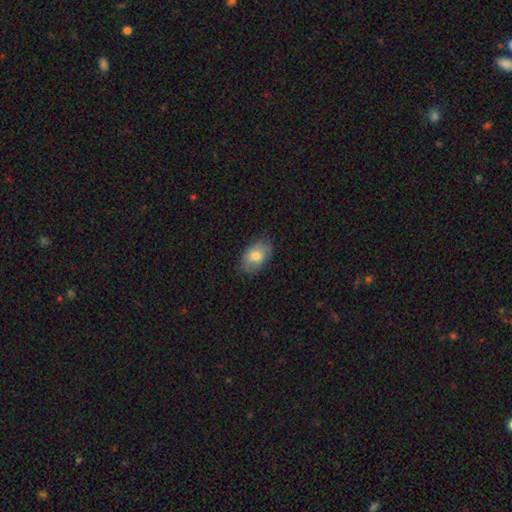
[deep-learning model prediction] A smooth galaxy with no disk features (77%) that is in between round and cigar-shaped (90%).

Vote fractions:
- Smooth or featured? smooth: 77% / featured or disk: 16% / star or artifact: 7%
- How rounded? in between: 90% / round: 9% / cigar-shaped: 1%
- Merging? none: 82% / minor disturbance: 15% / major disturbance: 3% / merger: 1%